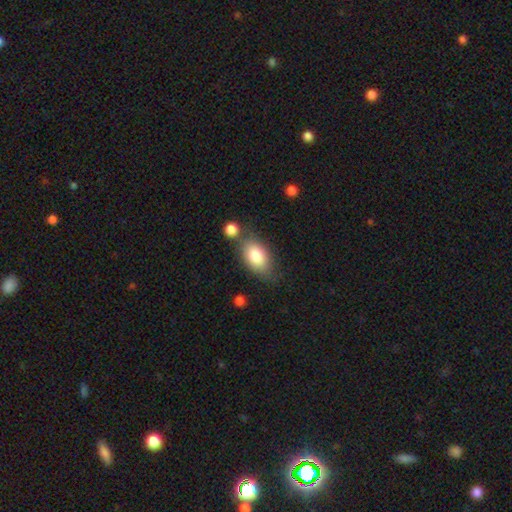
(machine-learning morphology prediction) The model was most divided on "merging": none: 58%, minor disturbance: 18%, merger: 18%, major disturbance: 5%. More confident: how rounded — in between (89%); smooth or featured — smooth (81%).